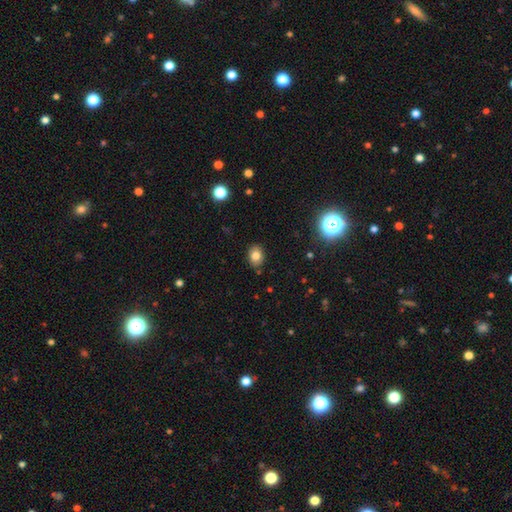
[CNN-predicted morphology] type=smooth (80%); roundness=in between (66%); merging=none (85%).